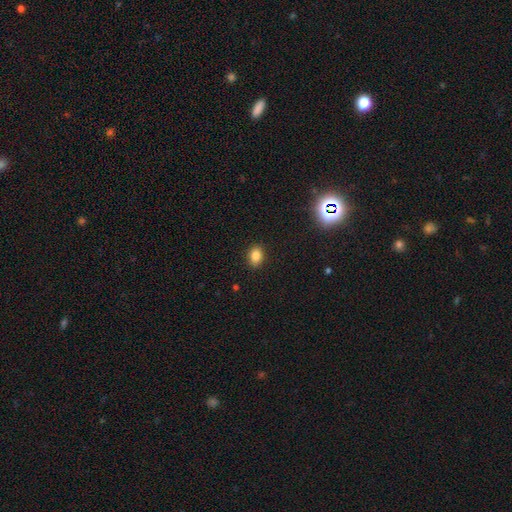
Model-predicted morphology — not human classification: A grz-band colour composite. It shows a smooth galaxy with no disk features (83%) that is in between round and cigar-shaped (65%). Merging: none (89%).